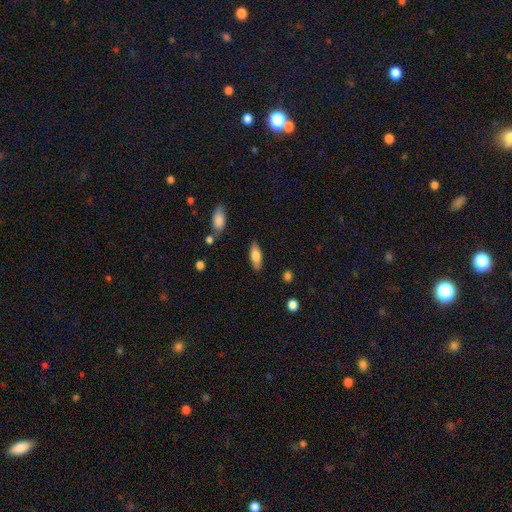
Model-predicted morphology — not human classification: A smooth galaxy with no disk features (74%) that is in between round and cigar-shaped (71%). Merging: none (84%).